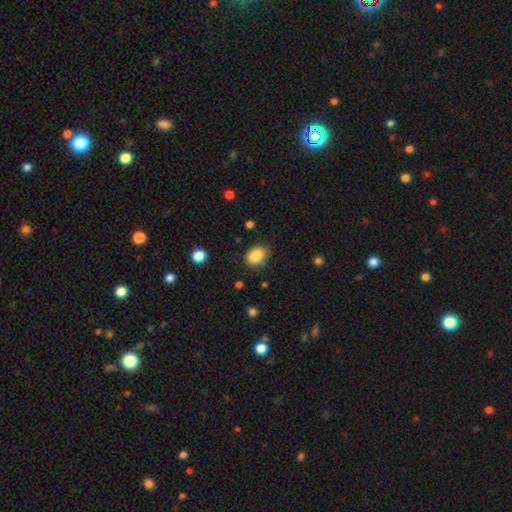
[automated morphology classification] smooth_or_featured: smooth (p=0.86) [alt: star or artifact p=0.08]
how_rounded: in between (p=0.71) [alt: round p=0.28]
merging: none (p=0.78) [alt: minor disturbance p=0.17]